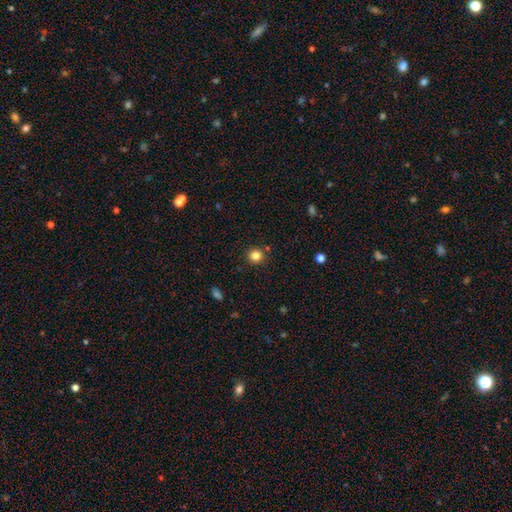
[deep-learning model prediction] A smooth galaxy with no disk features (82%) that is round (92%). Merging: none (89%).